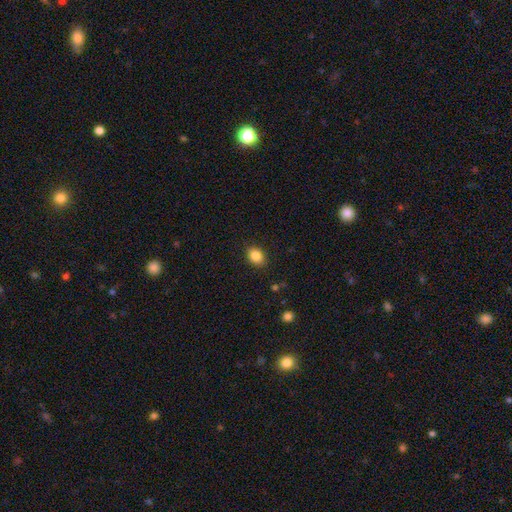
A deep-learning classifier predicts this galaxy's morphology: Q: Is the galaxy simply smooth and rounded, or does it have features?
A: smooth — 85%.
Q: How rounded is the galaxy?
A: in between — 61%.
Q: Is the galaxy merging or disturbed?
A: none — 88%.